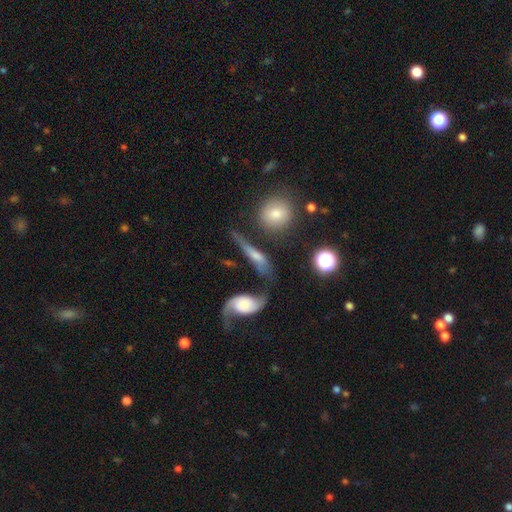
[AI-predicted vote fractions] Smooth or featured? Predicted: featured or disk (p=0.54). Edge-on disk? Predicted: no (p=0.50, tied with yes). Merging? Predicted: none (p=0.42).